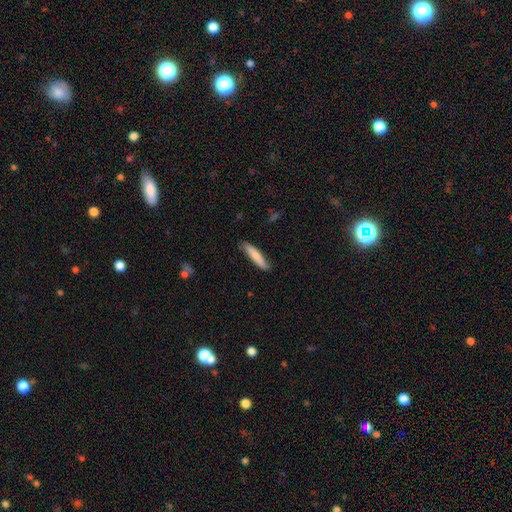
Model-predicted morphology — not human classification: Overall: smooth (78%). How rounded: cigar-shaped (87%). Merging: none (82%).